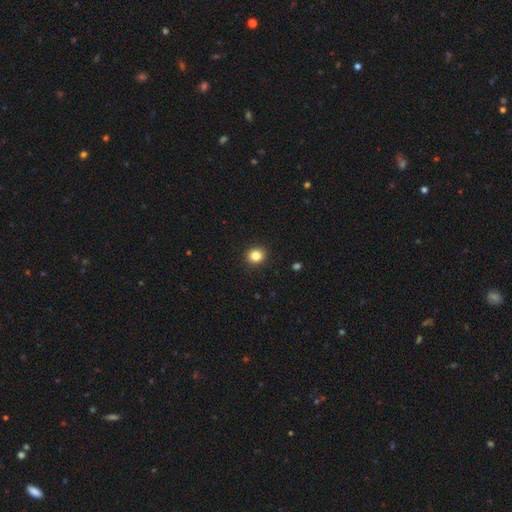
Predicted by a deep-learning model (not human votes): Smooth or featured?
  - smooth: 84% *
  - star or artifact: 11%
  - featured or disk: 5%
How rounded?
  - round: 85% *
  - in between: 14%
  - cigar-shaped: 1%
Merging?
  - none: 93% *
  - minor disturbance: 5%
  - major disturbance: 2%
  - merger: 1%